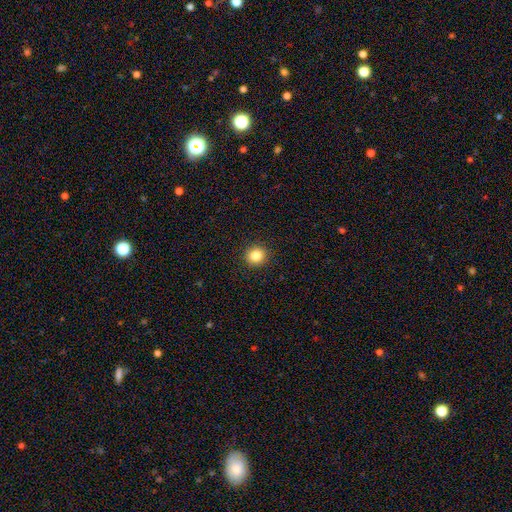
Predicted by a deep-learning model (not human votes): smooth_or_featured: smooth (p=0.85) [alt: star or artifact p=0.10]
how_rounded: round (p=0.91) [alt: in between p=0.08]
merging: none (p=0.92) [alt: minor disturbance p=0.05]